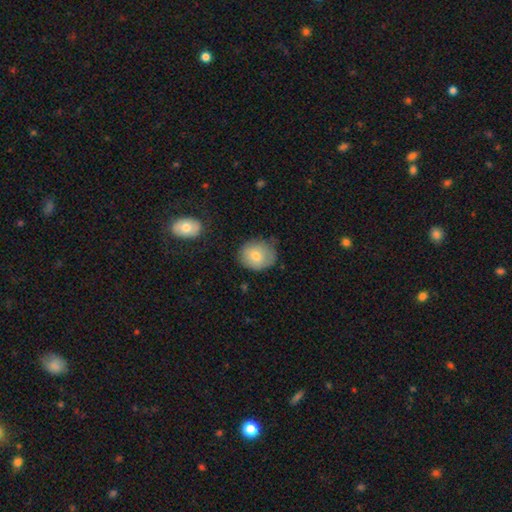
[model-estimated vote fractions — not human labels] Morphology: type=smooth (74%); roundness=round (64%); merging=none (66%).